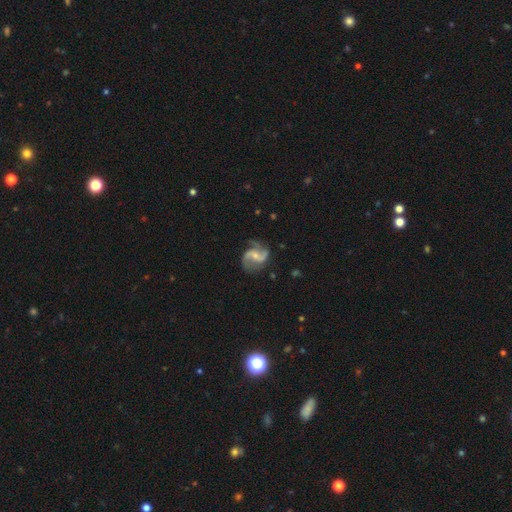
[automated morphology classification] Smooth or featured? featured or disk (89%)
Edge-on disk? no (98%)
Bar? no (43%)
Spiral arms? yes (97%)
Spiral winding? medium (49%)
Spiral arm count? 2 (75%)
Bulge size? small (57%)
Merging? none (73%)